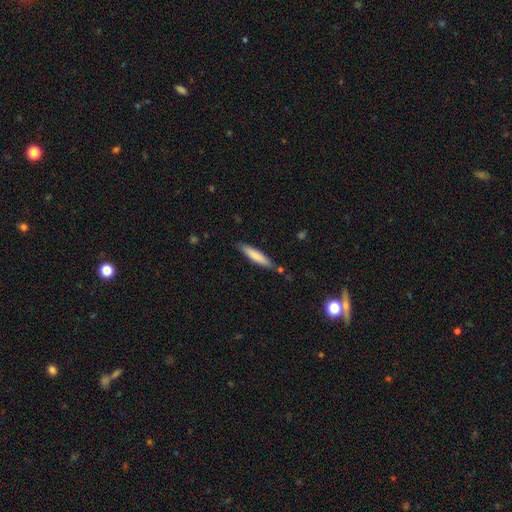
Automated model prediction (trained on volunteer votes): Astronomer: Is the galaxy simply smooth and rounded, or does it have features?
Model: smooth — 79%.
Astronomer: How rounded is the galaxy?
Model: cigar-shaped — 87%.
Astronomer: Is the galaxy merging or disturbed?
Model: none — 81%.